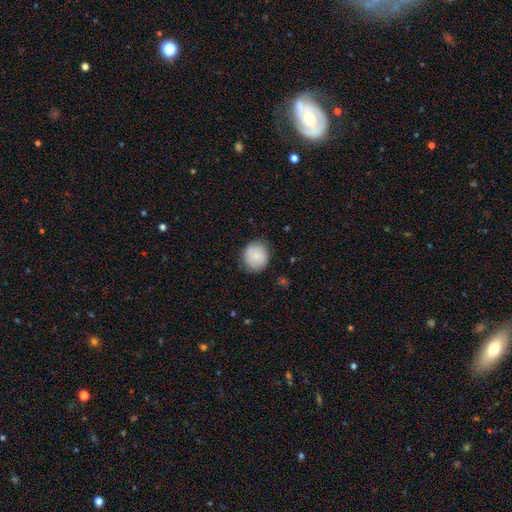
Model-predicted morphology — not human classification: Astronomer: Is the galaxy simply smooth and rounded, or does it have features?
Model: smooth — 83%.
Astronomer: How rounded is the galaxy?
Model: round — 86%.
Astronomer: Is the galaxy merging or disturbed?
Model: none — 82%.